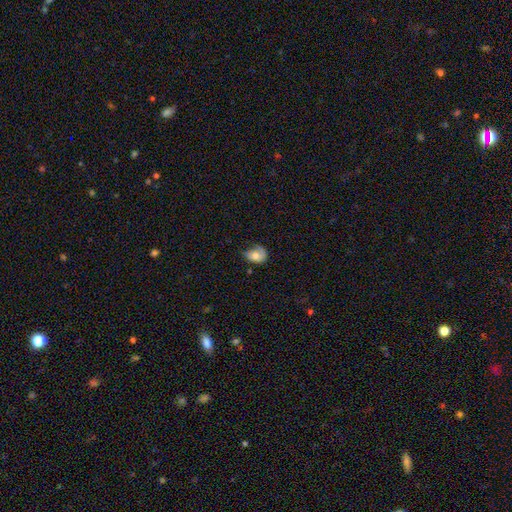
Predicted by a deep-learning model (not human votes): Smooth or featured: smooth — 67% (featured or disk — 25%)
How rounded: in between — 64% (round — 34%)
Merging: none — 38% (minor disturbance — 37%)